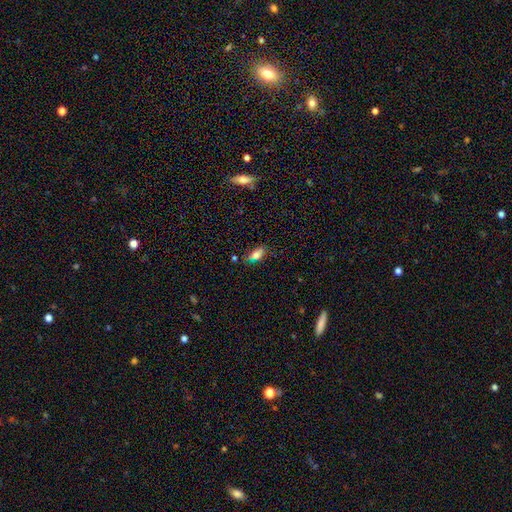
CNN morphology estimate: Smooth or featured: smooth — 78% (star or artifact — 11%)
How rounded: in between — 82% (cigar-shaped — 13%)
Merging: none — 67% (minor disturbance — 22%)